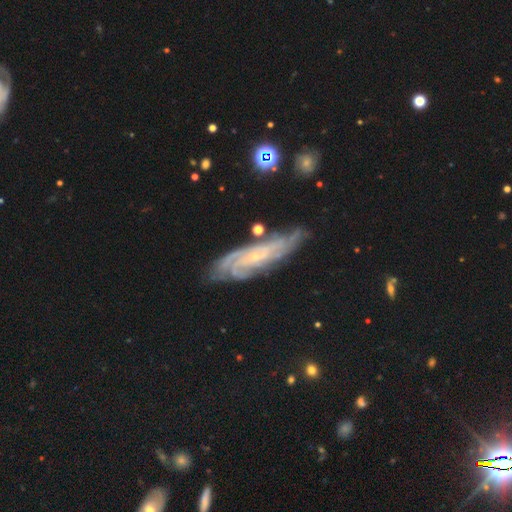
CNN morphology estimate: This appears to be a featured or disk galaxy (84%) with no bar (66%), tight (71%) spiral arms (97%) and a small central bulge (84%). Merging: none (75%).